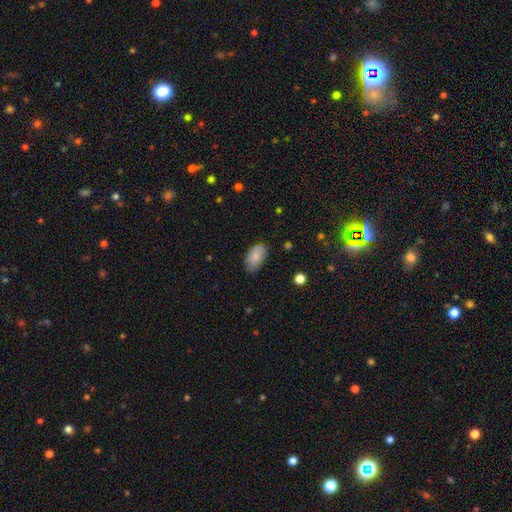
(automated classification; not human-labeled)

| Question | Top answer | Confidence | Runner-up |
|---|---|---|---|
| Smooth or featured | smooth | 83% | featured or disk (10%) |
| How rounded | in between | 93% | round (5%) |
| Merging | none | 74% | minor disturbance (21%) |